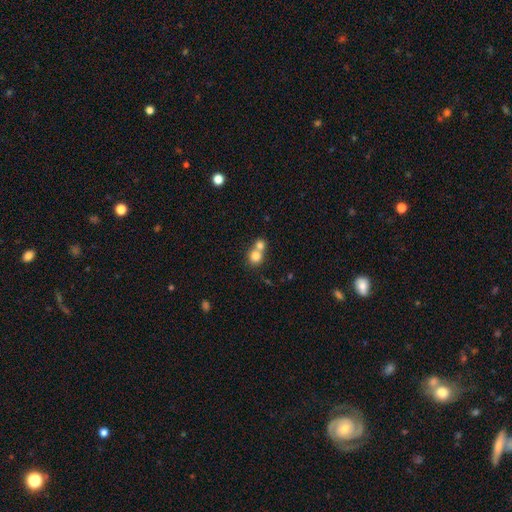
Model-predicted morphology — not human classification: Overall: smooth (78%). How rounded: round (83%). Merging: merger (58%; none 35%).